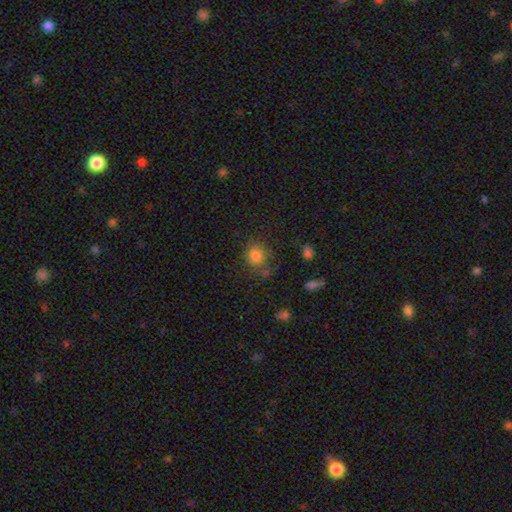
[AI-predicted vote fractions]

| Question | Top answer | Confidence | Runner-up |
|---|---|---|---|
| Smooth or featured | smooth | 78% | star or artifact (15%) |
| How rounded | round | 70% | in between (29%) |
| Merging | none | 64% | minor disturbance (19%) |